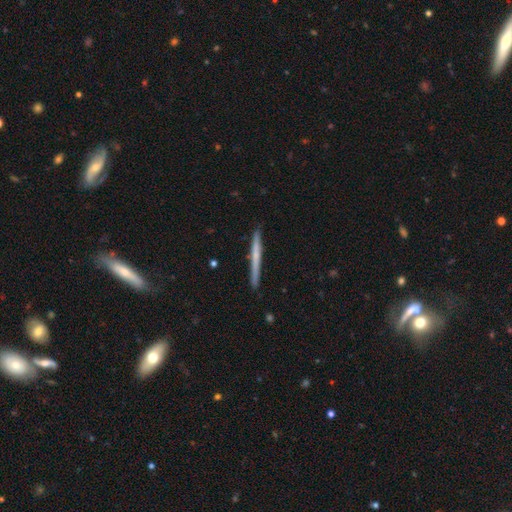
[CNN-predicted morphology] smooth_or_featured: featured or disk (p=0.50) [alt: smooth p=0.44]
disk_edge_on: yes (p=0.97) [alt: no p=0.03]
merging: none (p=0.91) [alt: minor disturbance p=0.07]